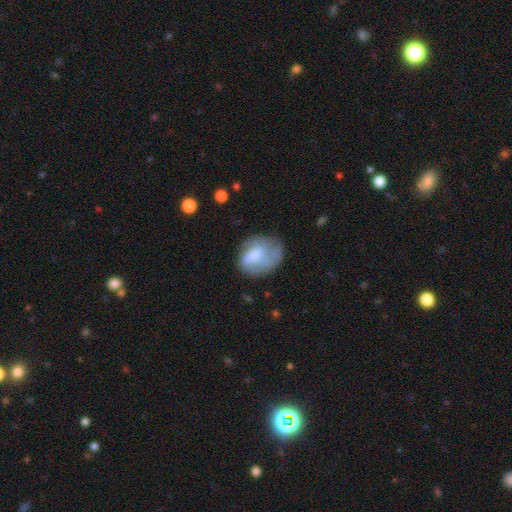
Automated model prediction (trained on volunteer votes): This is possibly a smooth galaxy (57%). How rounded: possibly in between (55%). Merging: possibly none (47%).